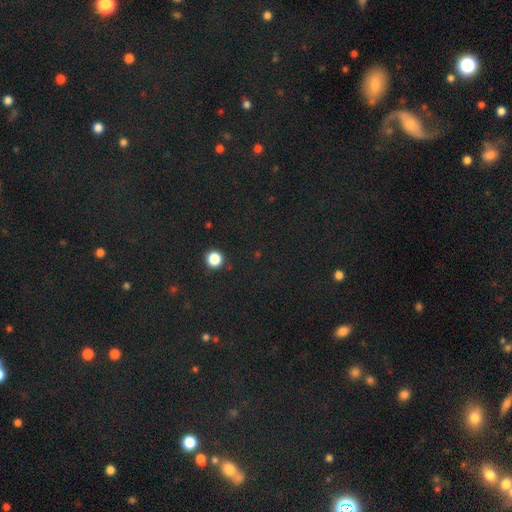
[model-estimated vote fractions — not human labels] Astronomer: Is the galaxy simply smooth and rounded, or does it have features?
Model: star or artifact — 71%.